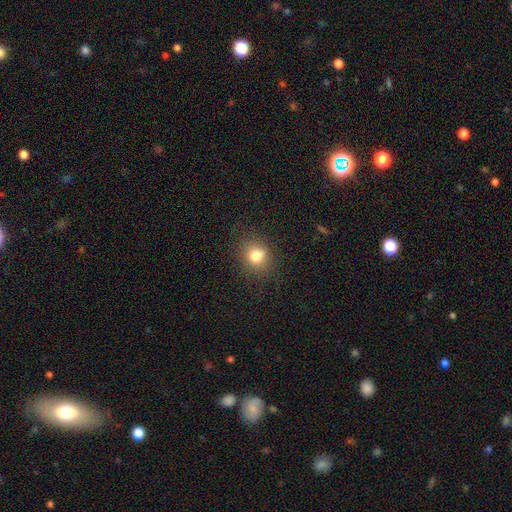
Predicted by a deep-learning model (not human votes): smooth 79%, star or artifact 13%, featured or disk 8%. Down the decision tree: how rounded — round (71%); merging — none (81%).